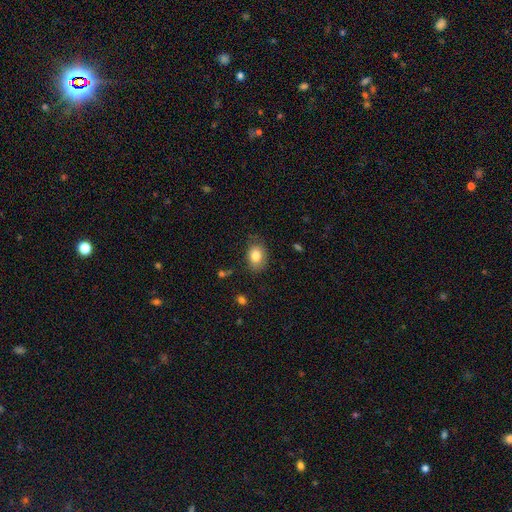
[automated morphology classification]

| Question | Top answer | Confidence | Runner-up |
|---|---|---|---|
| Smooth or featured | smooth | 82% | featured or disk (9%) |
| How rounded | in between | 69% | round (30%) |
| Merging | none | 76% | minor disturbance (19%) |